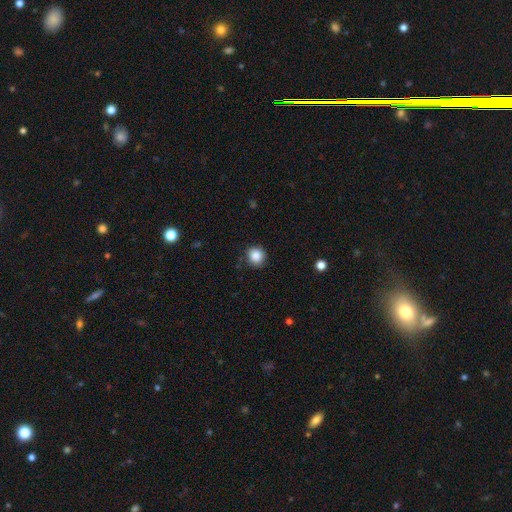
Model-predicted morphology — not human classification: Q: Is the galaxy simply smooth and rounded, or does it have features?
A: smooth — 86%.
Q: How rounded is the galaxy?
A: round — 89%.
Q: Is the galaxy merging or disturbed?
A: none — 86%.